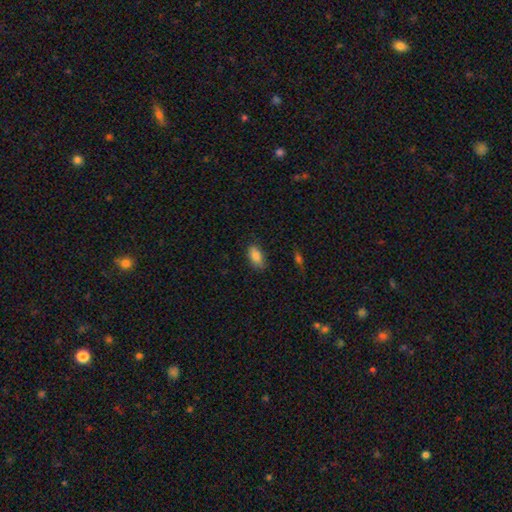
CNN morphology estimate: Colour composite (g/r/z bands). It shows a smooth galaxy with no disk features (83%) that is in between round and cigar-shaped (90%). Merging: none (81%).